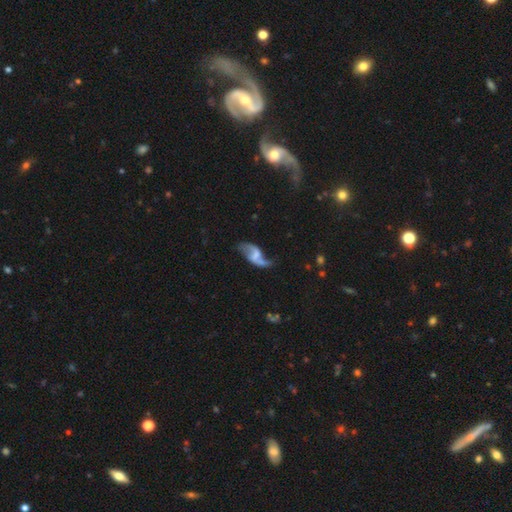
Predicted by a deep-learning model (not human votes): This appears to be a featured or disk galaxy (81%) with a weak bar (48%), 2 (90%) loose (81%) spiral arms (92%) and no central bulge (41%). Merging: none (58%).